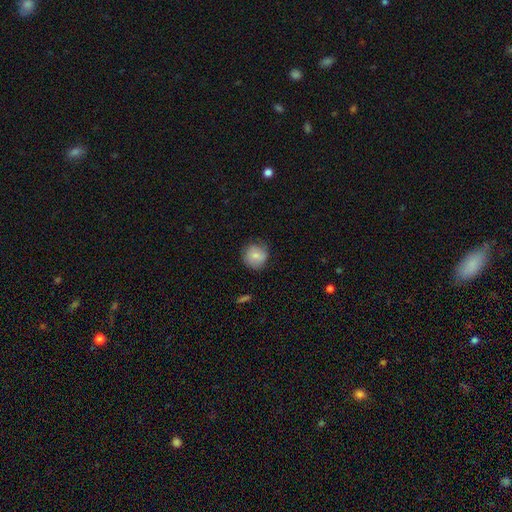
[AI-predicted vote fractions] A smooth galaxy with no disk features (73%) that is round (90%). Merging: none (75%).